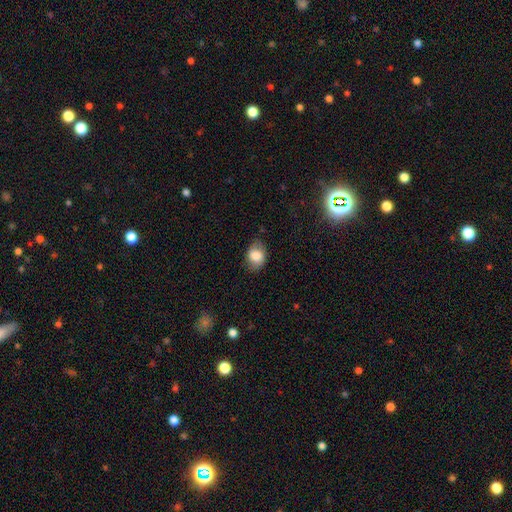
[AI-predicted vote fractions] A smooth galaxy with no disk features (80%) that is in between round and cigar-shaped (70%).

Vote fractions:
- Smooth or featured? smooth: 80% / featured or disk: 12% / star or artifact: 8%
- How rounded? in between: 70% / round: 29% / cigar-shaped: 1%
- Merging? none: 76% / minor disturbance: 19% / major disturbance: 4% / merger: 1%